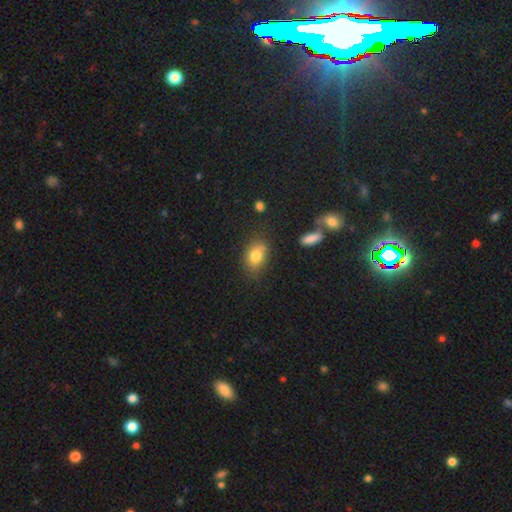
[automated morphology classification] Overall: smooth (80%). How rounded: in between (73%). Merging: none (67%).